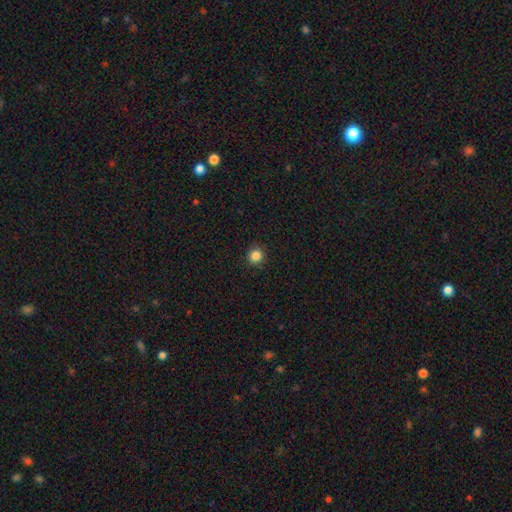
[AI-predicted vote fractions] Smooth or featured? smooth (85%)
How rounded? round (94%)
Merging? none (92%)